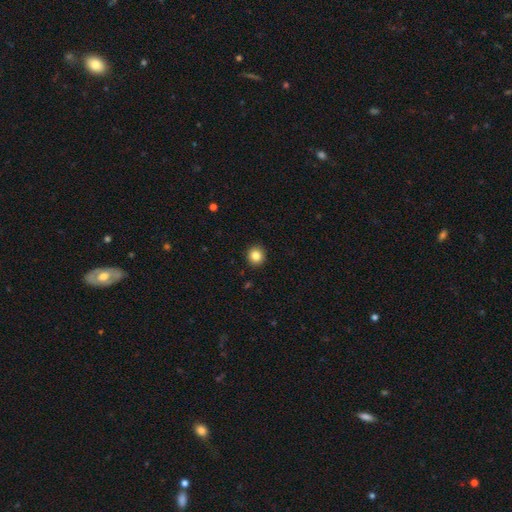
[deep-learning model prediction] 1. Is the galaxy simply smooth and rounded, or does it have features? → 84% smooth, 10% star or artifact, 6% featured or disk.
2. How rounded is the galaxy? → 91% round, 8% in between, 1% cigar-shaped.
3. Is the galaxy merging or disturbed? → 93% none, 5% minor disturbance, 1% major disturbance, 1% merger.